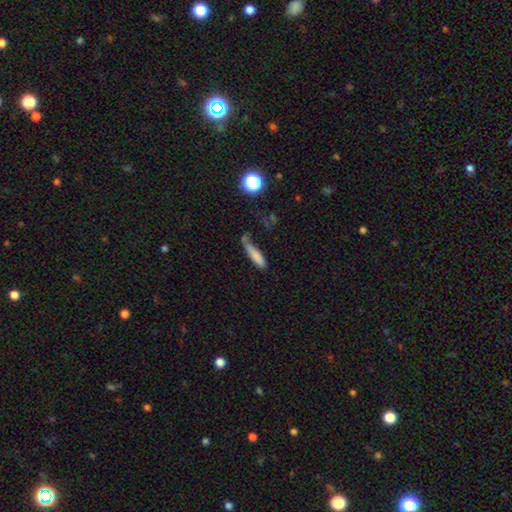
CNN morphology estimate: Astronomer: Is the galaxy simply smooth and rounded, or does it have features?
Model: smooth — 78%.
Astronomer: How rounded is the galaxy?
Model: cigar-shaped — 74%.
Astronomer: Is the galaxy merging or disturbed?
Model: none — 44% (runner-up: minor disturbance, 30%).